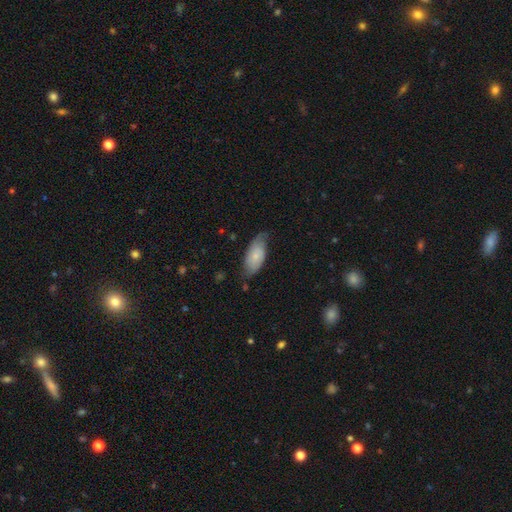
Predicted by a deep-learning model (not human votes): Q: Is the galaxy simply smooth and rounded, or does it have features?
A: smooth — 51%.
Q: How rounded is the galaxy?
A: in between — 90%.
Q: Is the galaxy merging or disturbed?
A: none — 57%.